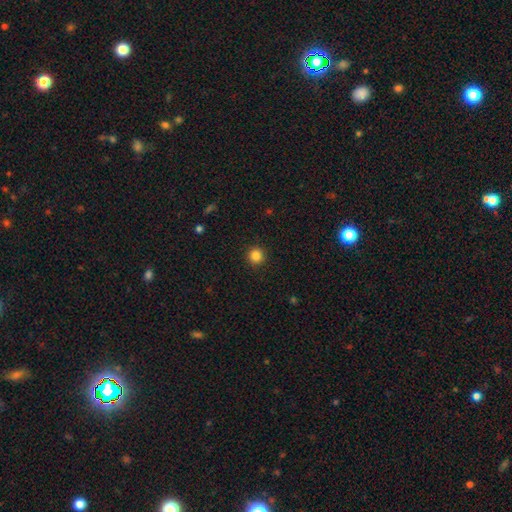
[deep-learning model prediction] A smooth galaxy with no disk features (84%) that is round (95%).

Vote fractions:
- Smooth or featured? smooth: 84% / star or artifact: 12% / featured or disk: 4%
- How rounded? round: 95% / in between: 4% / cigar-shaped: 1%
- Merging? none: 93% / minor disturbance: 5% / major disturbance: 2% / merger: 1%